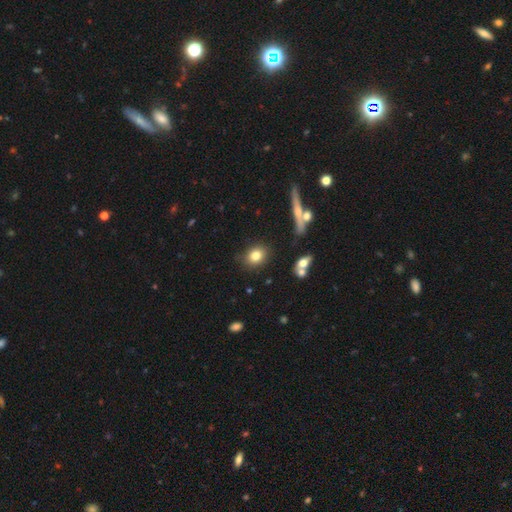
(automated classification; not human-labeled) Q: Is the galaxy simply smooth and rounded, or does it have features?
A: smooth — 80%.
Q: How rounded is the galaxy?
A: round — 61%.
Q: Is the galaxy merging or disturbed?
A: none — 83%.